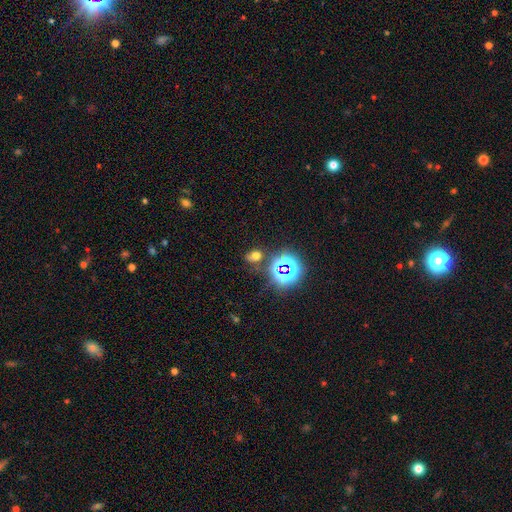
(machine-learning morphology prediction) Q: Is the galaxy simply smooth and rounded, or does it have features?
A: smooth — 55%.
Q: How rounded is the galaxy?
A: in between — 60%.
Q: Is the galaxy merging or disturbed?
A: none — 71%.